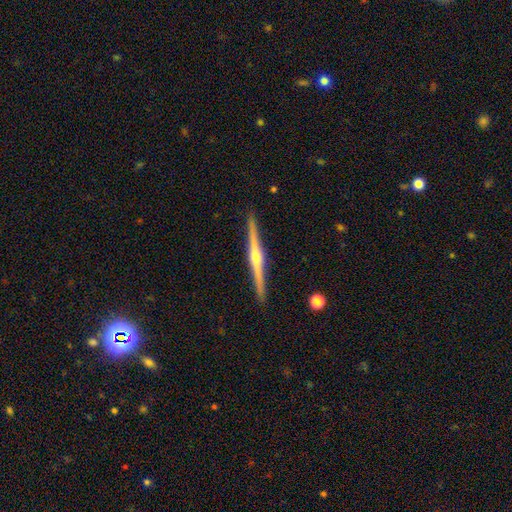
Morphology: type=featured or disk (92%); edge-on=yes (100%); edge-on bulge=rounded (89%); merging=none (97%).